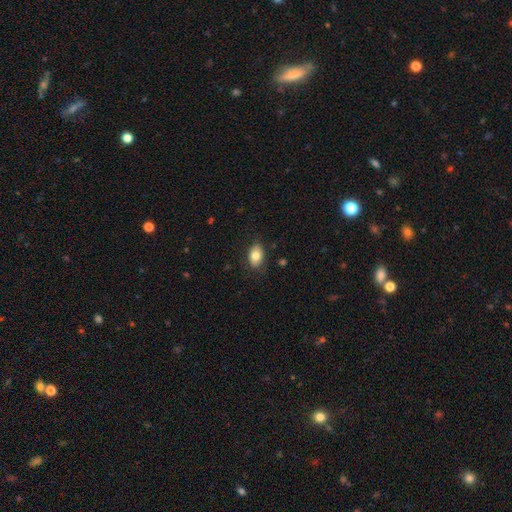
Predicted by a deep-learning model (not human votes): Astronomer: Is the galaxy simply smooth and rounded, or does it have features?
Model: smooth — 79%.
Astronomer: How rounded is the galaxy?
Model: in between — 86%.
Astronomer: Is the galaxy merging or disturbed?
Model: none — 82%.